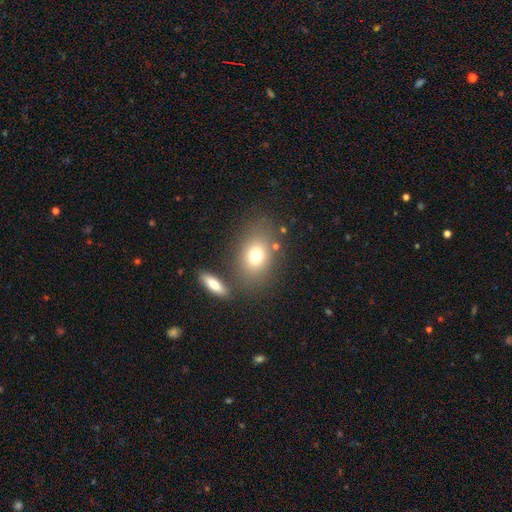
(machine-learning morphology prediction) A smooth galaxy with no disk features (74%) that is in between round and cigar-shaped (69%).

Vote fractions:
- Smooth or featured? smooth: 74% / featured or disk: 14% / star or artifact: 12%
- How rounded? in between: 69% / round: 29% / cigar-shaped: 2%
- Merging? none: 69% / minor disturbance: 13% / merger: 13% / major disturbance: 6%